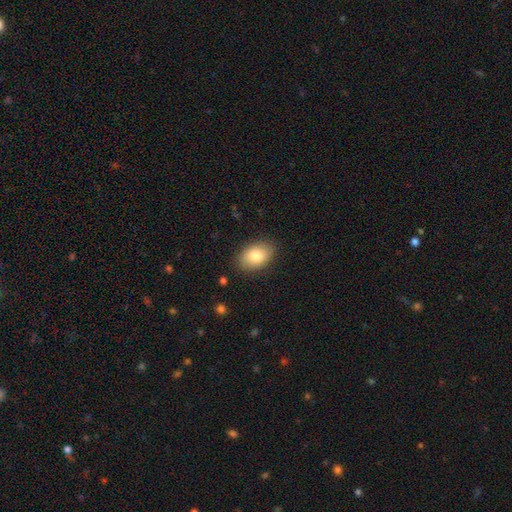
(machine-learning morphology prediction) A smooth galaxy with no disk features (81%) that is in between round and cigar-shaped (87%). Merging: none (86%).